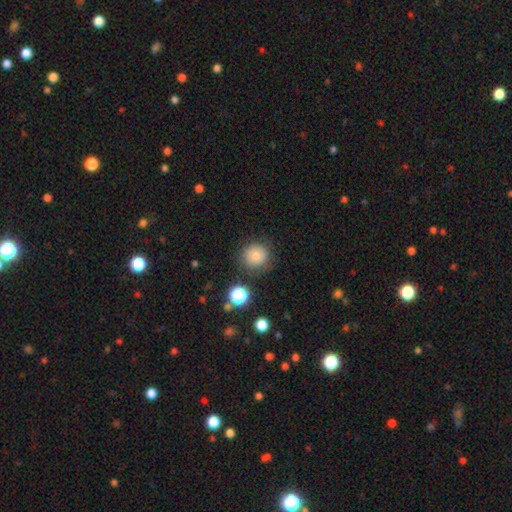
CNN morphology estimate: The model was most divided on "merging": none: 78%, minor disturbance: 14%, major disturbance: 5%, merger: 3%. More confident: how rounded — round (91%); smooth or featured — smooth (78%).